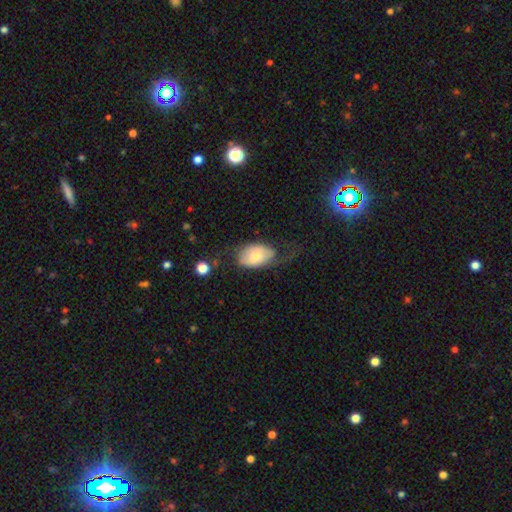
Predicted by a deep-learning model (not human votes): Smooth or featured: smooth — 59% (featured or disk — 35%)
How rounded: in between — 88% (round — 11%)
Merging: none — 40% (major disturbance — 32%)